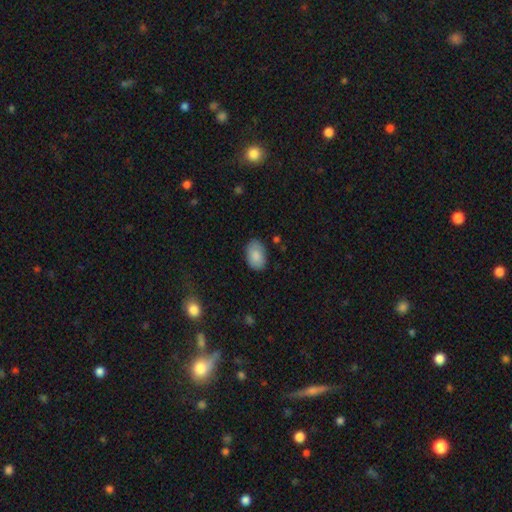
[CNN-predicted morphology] This is clearly a smooth galaxy (87%). How rounded: clearly in between (89%). Merging: clearly none (81%).